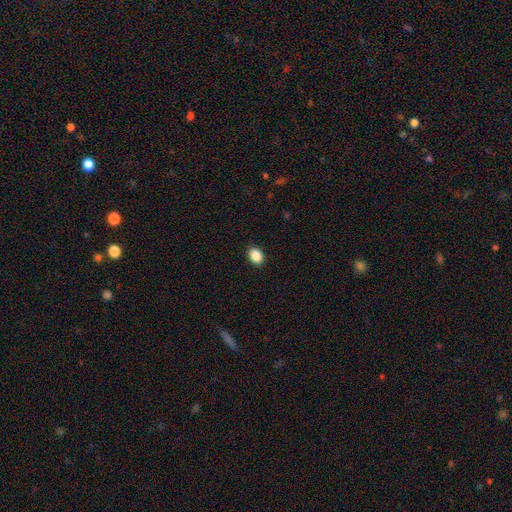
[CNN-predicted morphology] A smooth galaxy with no disk features (88%) that is in between round and cigar-shaped (63%). Merging: none (91%).